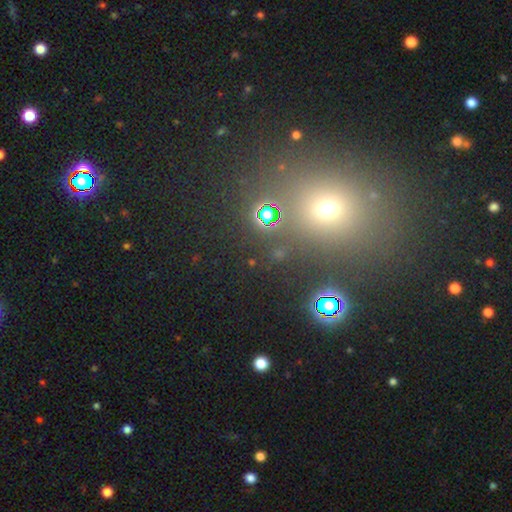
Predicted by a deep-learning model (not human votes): Q: Smooth or featured?
A: smooth (46%); runner-up: star or artifact (45%)
Q: Merging?
A: none (80%); runner-up: minor disturbance (9%)